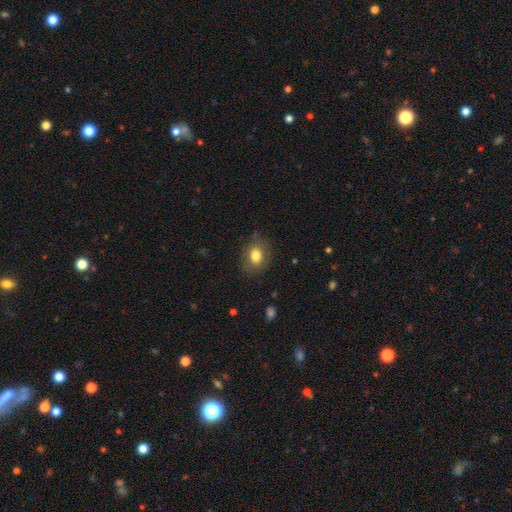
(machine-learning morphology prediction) smooth-or-featured: smooth: 80% | featured or disk: 11% | star or artifact: 9%
  how-rounded: in between: 53% | round: 46% | cigar-shaped: 1%
  merging: none: 80% | minor disturbance: 14% | major disturbance: 5% | merger: 1%